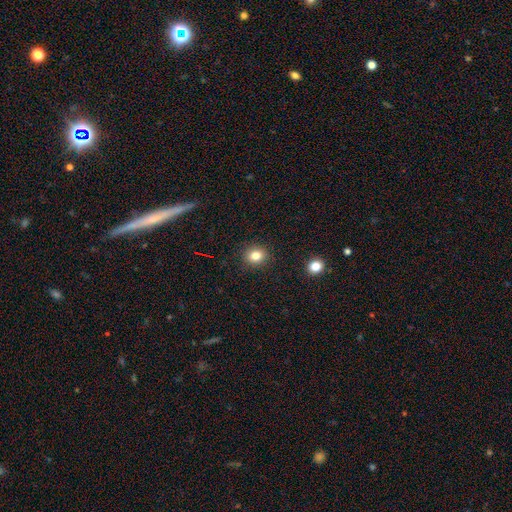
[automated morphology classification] A smooth galaxy with no disk features (82%) that is round (68%).

Vote fractions:
- Smooth or featured? smooth: 82% / star or artifact: 12% / featured or disk: 6%
- How rounded? round: 68% / in between: 31% / cigar-shaped: 1%
- Merging? none: 89% / minor disturbance: 7% / major disturbance: 2% / merger: 1%